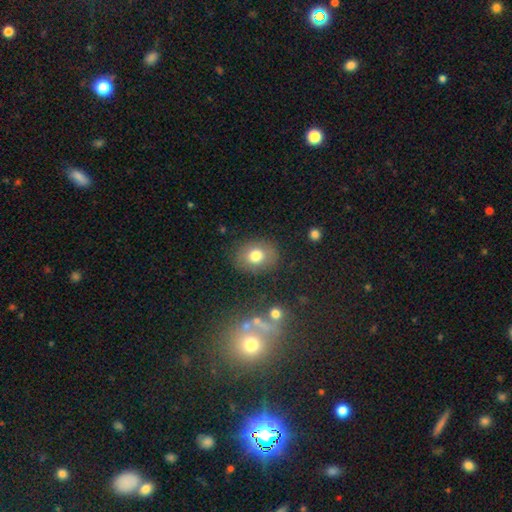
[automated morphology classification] smooth-or-featured: smooth: 76% | featured or disk: 14% | star or artifact: 11%
  how-rounded: in between: 52% | round: 47% | cigar-shaped: 1%
  merging: none: 82% | minor disturbance: 12% | major disturbance: 4% | merger: 2%